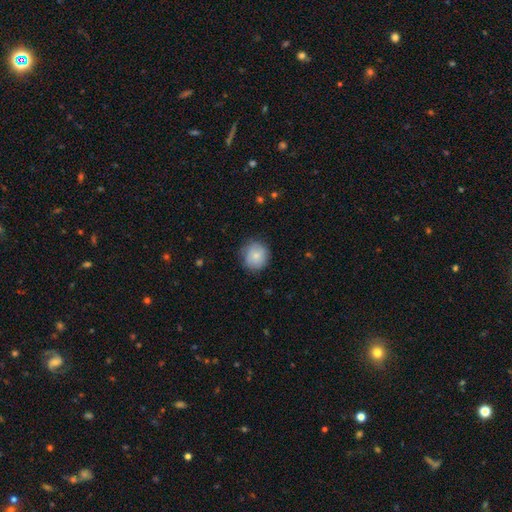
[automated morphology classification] type=smooth (79%); roundness=round (89%); merging=none (80%).